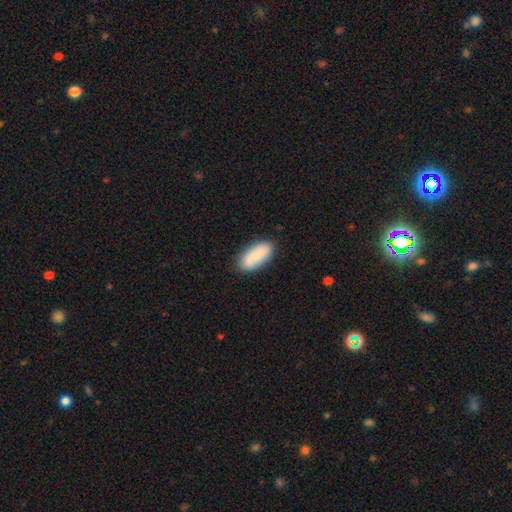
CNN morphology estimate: A smooth galaxy with no disk features (80%) that is in between round and cigar-shaped (90%).

Vote fractions:
- Smooth or featured? smooth: 80% / featured or disk: 14% / star or artifact: 6%
- How rounded? in between: 90% / cigar-shaped: 8% / round: 2%
- Merging? none: 84% / minor disturbance: 12% / major disturbance: 2% / merger: 2%